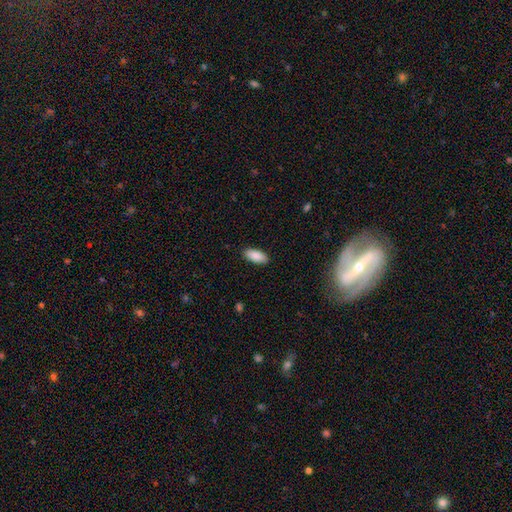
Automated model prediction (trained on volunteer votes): The model was most divided on "how rounded": in between: 88%, cigar-shaped: 10%, round: 2%. More confident: smooth or featured — smooth (89%); merging — none (89%).